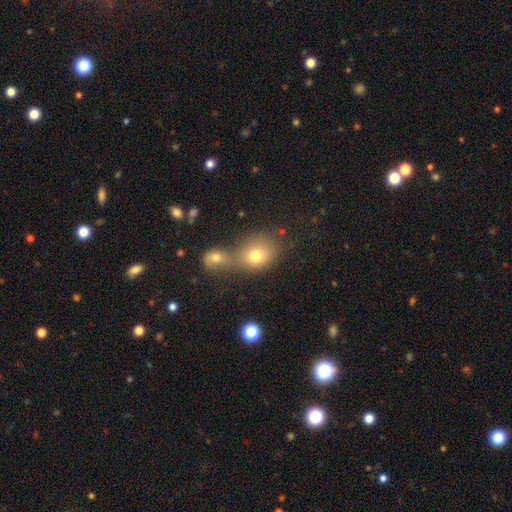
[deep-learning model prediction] Morphology: type=smooth (74%); roundness=round (52%); merging=merger (54%).